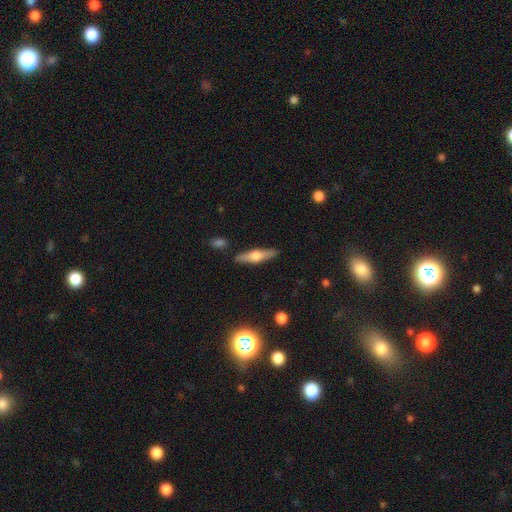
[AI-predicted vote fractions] This appears to be a featured or disk galaxy (54%) viewed edge-on (94%) with a rounded central bulge (92%). Merging: none (88%).